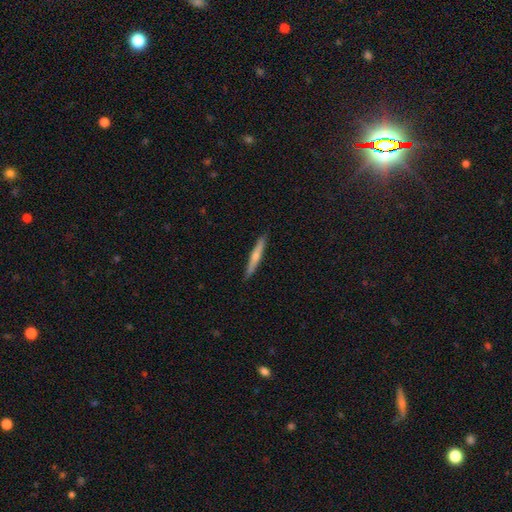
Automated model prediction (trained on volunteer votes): smooth_or_featured: smooth (p=0.51) [alt: featured or disk p=0.43]
how_rounded: cigar-shaped (p=0.94) [alt: in between p=0.04]
merging: none (p=0.90) [alt: minor disturbance p=0.08]